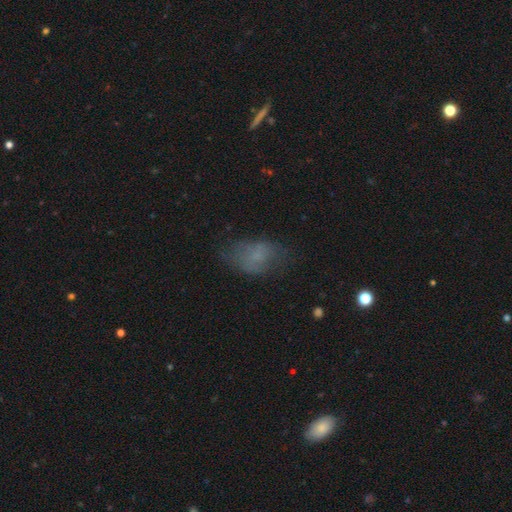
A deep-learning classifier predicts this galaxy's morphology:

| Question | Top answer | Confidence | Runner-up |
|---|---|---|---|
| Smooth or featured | smooth | 61% | featured or disk (25%) |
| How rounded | in between | 88% | round (10%) |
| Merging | none | 53% | minor disturbance (26%) |